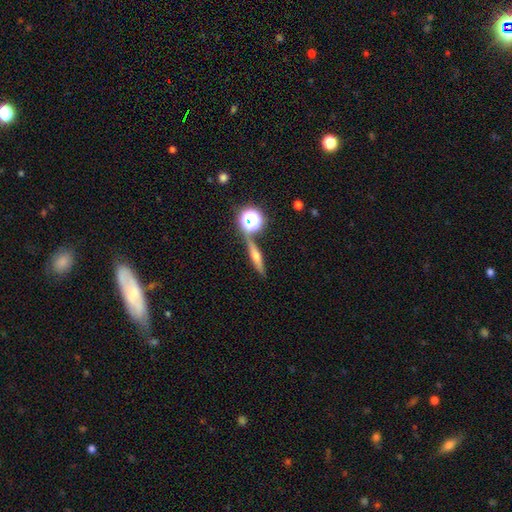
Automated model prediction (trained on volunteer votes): Overall: featured or disk (59%; smooth 26%). Edge-on disk: yes (93%). Edge-on bulge: rounded (91%). Merging: none (82%).